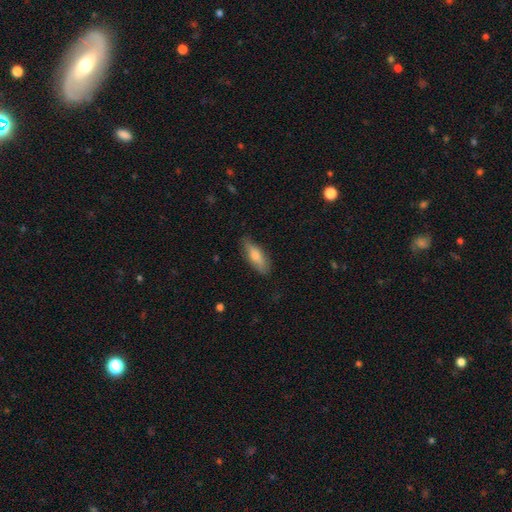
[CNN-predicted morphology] Smooth or featured?
  - smooth: 74% *
  - featured or disk: 20%
  - star or artifact: 6%
How rounded?
  - in between: 61% *
  - cigar-shaped: 37%
  - round: 2%
Merging?
  - none: 78% *
  - minor disturbance: 18%
  - major disturbance: 3%
  - merger: 1%